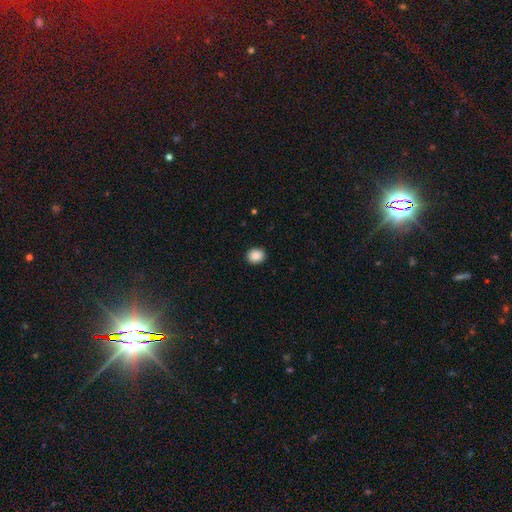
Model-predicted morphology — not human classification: Smooth or featured? Predicted: smooth (p=0.89). How rounded? Predicted: round (p=0.70). Merging? Predicted: none (p=0.91).